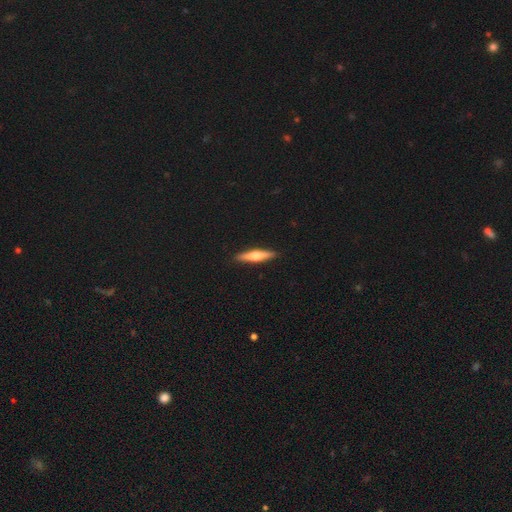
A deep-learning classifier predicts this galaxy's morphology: Smooth or featured? Predicted: featured or disk (p=0.56). Edge-on disk? Predicted: yes (p=0.96). Edge-on bulge? Predicted: rounded (p=0.92). Merging? Predicted: none (p=0.92).